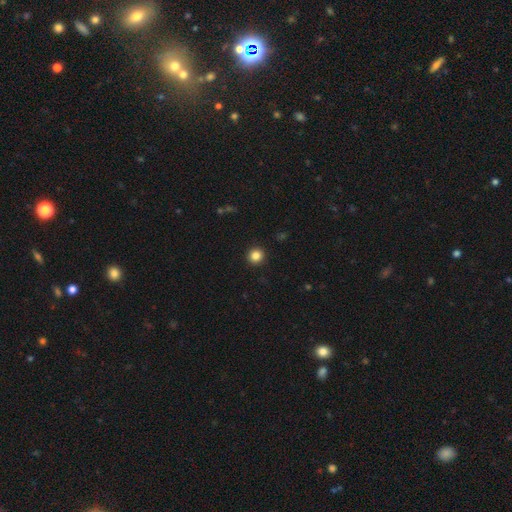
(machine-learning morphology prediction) Overall: smooth (84%). How rounded: round (94%). Merging: none (93%).